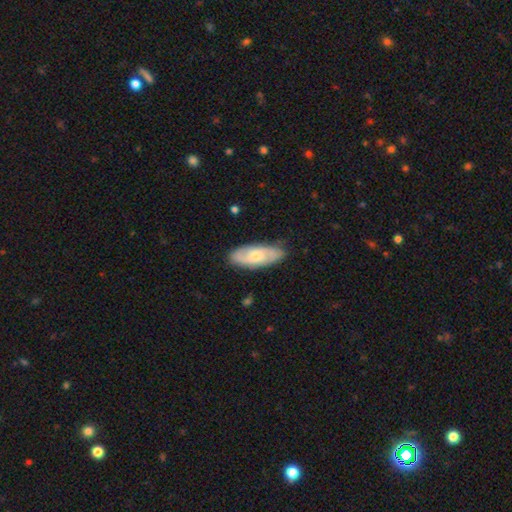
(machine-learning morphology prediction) smooth-or-featured: featured or disk: 55% | smooth: 40% | star or artifact: 5%
  disk-edge-on: no: 88% | yes: 12%
  merging: none: 82% | minor disturbance: 14% | major disturbance: 3% | merger: 1%